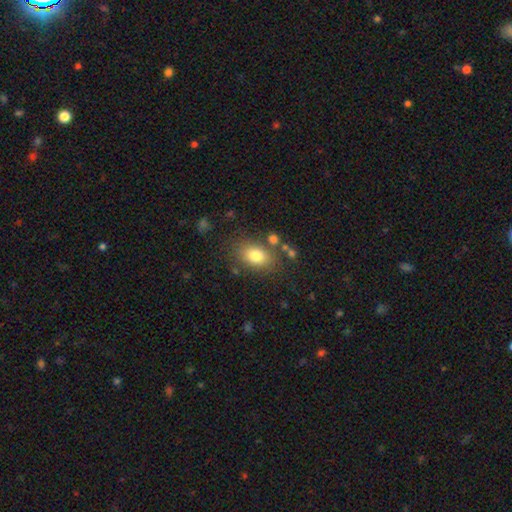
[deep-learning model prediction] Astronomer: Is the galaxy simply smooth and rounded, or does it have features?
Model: smooth — 78%.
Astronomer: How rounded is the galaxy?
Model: in between — 78%.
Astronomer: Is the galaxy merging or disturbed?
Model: none — 75%.